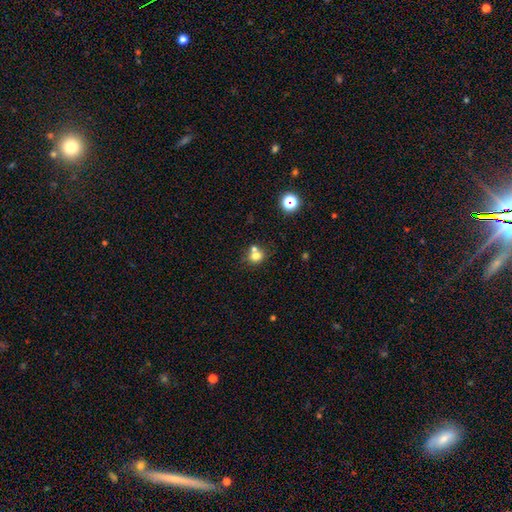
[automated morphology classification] This appears to be a smooth galaxy with no disk features (73%) that is round (74%). Merging: none (48%).